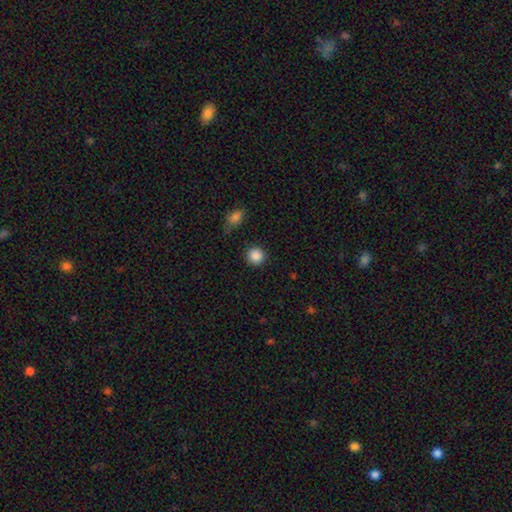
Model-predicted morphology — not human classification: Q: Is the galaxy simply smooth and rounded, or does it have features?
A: smooth — 88%.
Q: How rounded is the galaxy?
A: round — 93%.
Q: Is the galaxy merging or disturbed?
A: none — 89%.